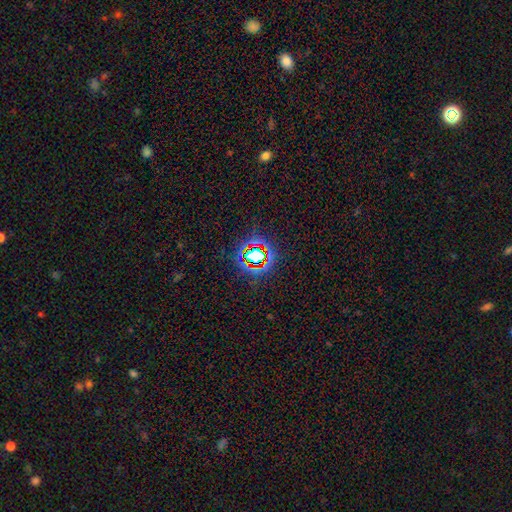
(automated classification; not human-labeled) This appears to be a star or artifact, not a galaxy (66%).